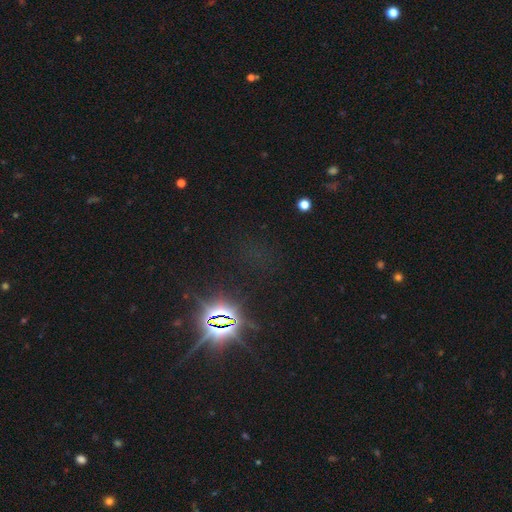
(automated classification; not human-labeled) Overall: star or artifact (81%).